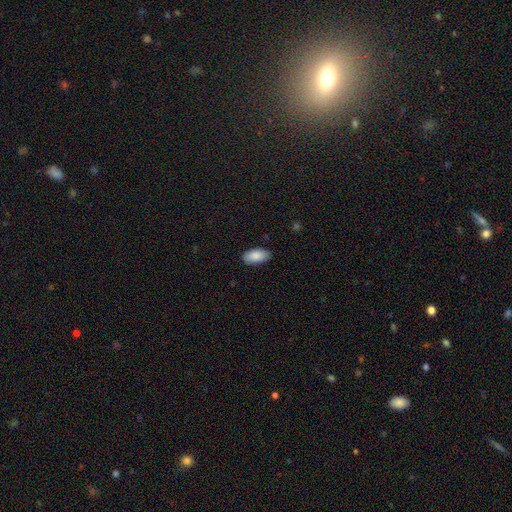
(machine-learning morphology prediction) This is clearly a smooth galaxy (88%). How rounded: clearly in between (94%). Merging: clearly none (83%).